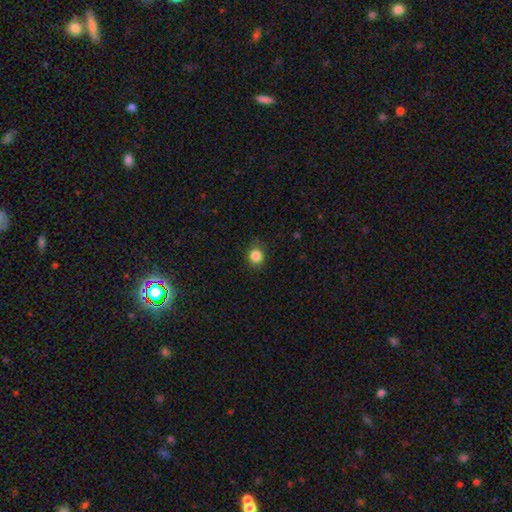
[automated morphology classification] This appears to be a smooth galaxy with no disk features (84%) that is round (80%). Merging: none (85%).